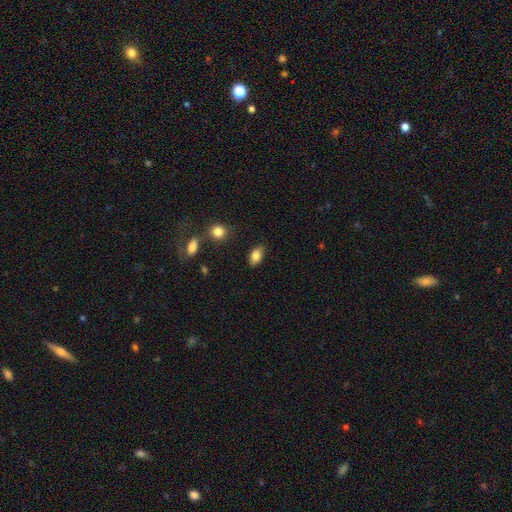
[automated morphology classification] This is clearly a smooth galaxy (84%). How rounded: clearly in between (89%). Merging: clearly none (85%).